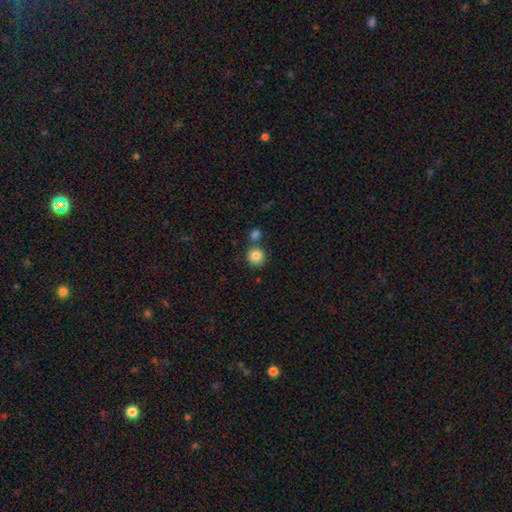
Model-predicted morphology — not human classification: Smooth or featured? Predicted: smooth (p=0.85). How rounded? Predicted: round (p=0.92). Merging? Predicted: none (p=0.71).